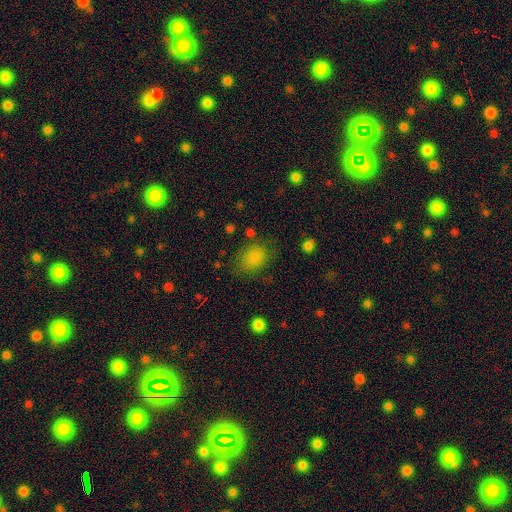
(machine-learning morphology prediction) Smooth or featured? smooth (82%)
How rounded? in between (61%)
Merging? none (75%)